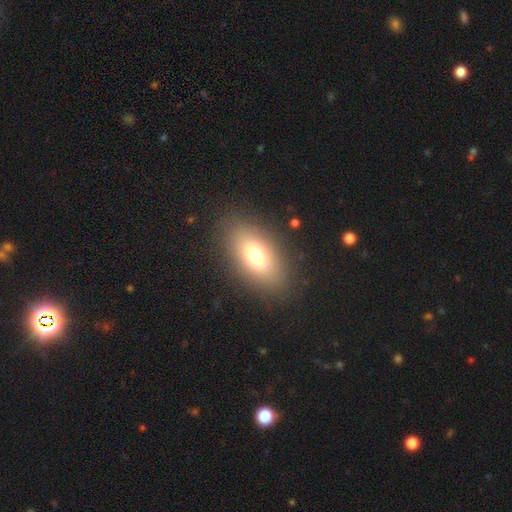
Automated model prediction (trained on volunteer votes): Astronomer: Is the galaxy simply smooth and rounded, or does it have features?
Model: smooth — 72%.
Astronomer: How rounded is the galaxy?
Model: in between — 87%.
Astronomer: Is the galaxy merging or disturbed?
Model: none — 86%.